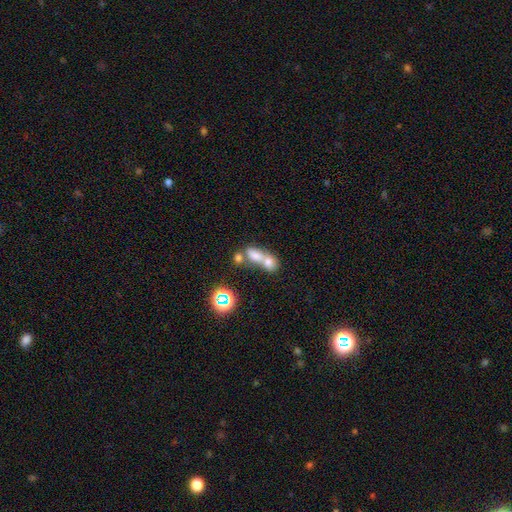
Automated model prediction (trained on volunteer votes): smooth 69%, featured or disk 16%, star or artifact 15%. Down the decision tree: how rounded — in between (71%); merging — merger (70%).